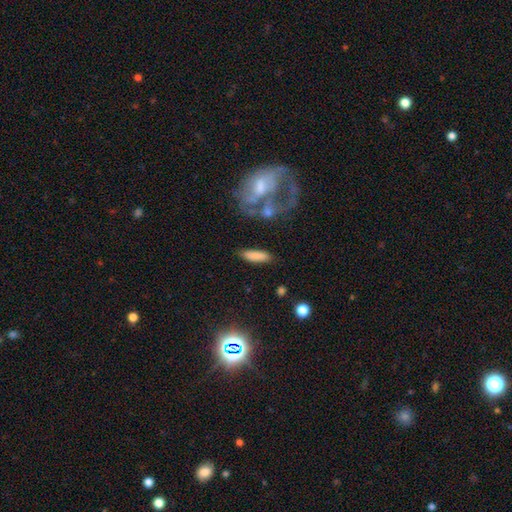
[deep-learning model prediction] smooth 81%, featured or disk 12%, star or artifact 7%. Down the decision tree: how rounded — cigar-shaped (59%); merging — none (77%).